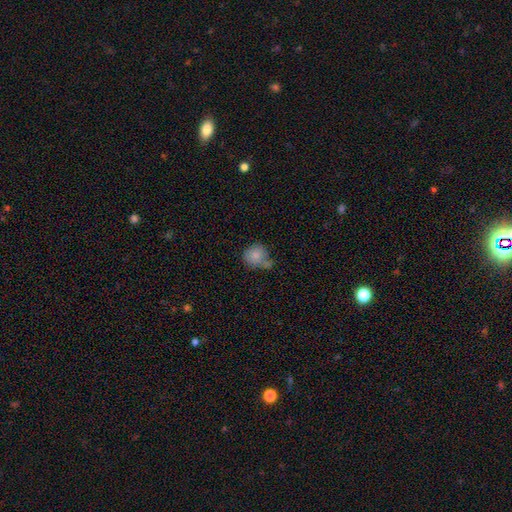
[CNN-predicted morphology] Smooth or featured?
  - smooth: 82% *
  - featured or disk: 9%
  - star or artifact: 9%
How rounded?
  - round: 80% *
  - in between: 19%
  - cigar-shaped: 1%
Merging?
  - none: 45% *
  - merger: 27%
  - minor disturbance: 20%
  - major disturbance: 7%